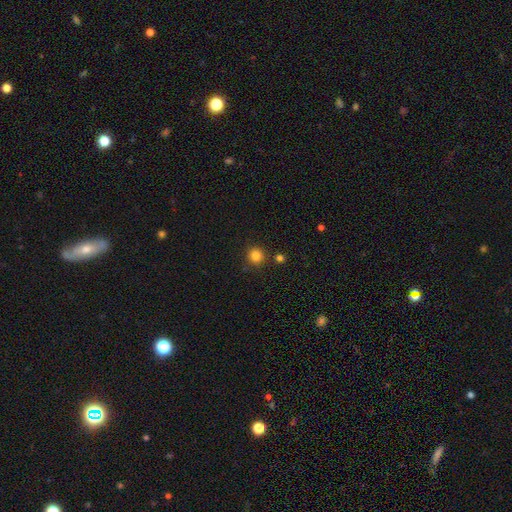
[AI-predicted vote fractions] smooth 83%, star or artifact 13%, featured or disk 4%. Down the decision tree: how rounded — round (93%); merging — none (86%).